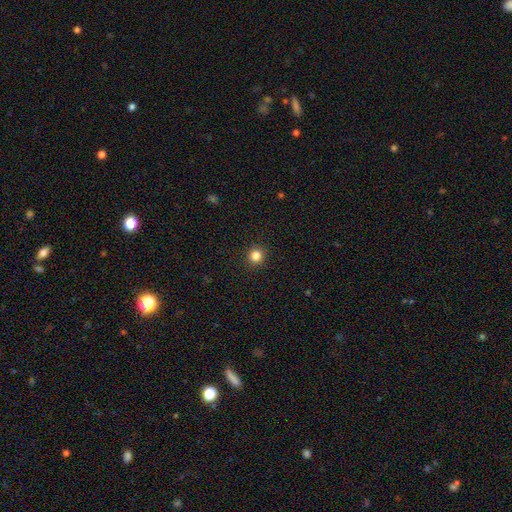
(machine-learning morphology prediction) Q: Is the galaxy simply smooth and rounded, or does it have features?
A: smooth — 84%.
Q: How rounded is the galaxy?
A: round — 94%.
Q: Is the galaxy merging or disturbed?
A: none — 93%.